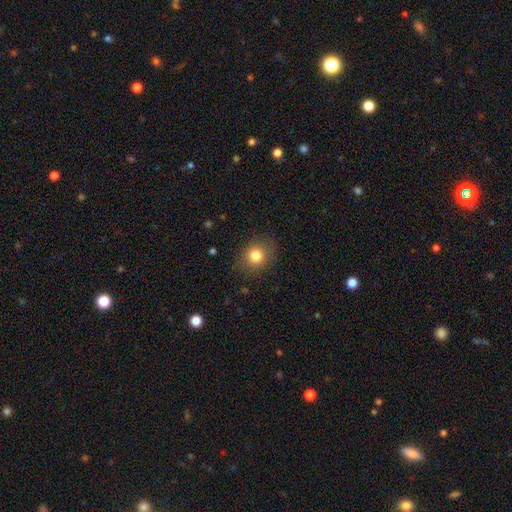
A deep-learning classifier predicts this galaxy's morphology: Smooth or featured? smooth (81%)
How rounded? round (69%)
Merging? none (84%)